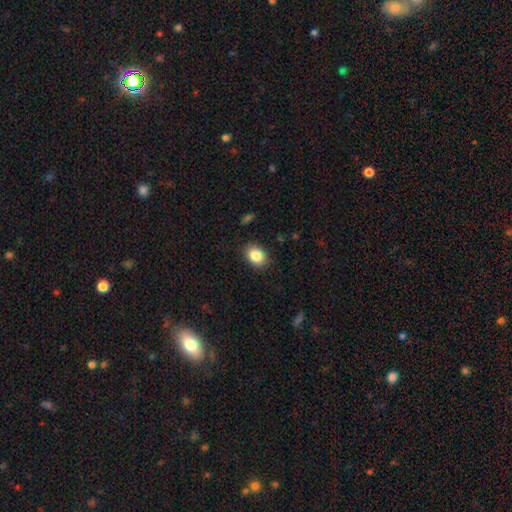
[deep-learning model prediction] Q: Smooth or featured?
A: smooth (86%); runner-up: star or artifact (8%)
Q: How rounded?
A: in between (68%); runner-up: round (31%)
Q: Merging?
A: none (87%); runner-up: minor disturbance (10%)